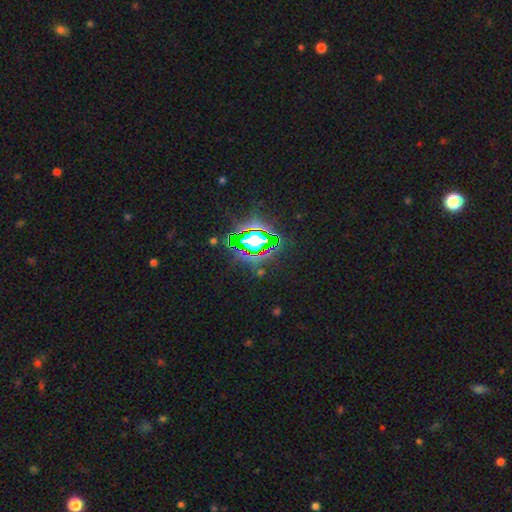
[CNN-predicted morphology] star or artifact 81%, smooth 11%, featured or disk 8%.